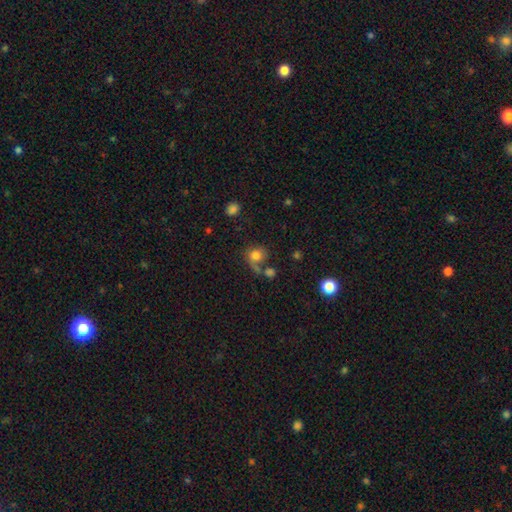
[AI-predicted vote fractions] Q: Smooth or featured?
A: smooth (77%); runner-up: star or artifact (12%)
Q: How rounded?
A: round (74%); runner-up: in between (25%)
Q: Merging?
A: none (48%); runner-up: merger (24%)